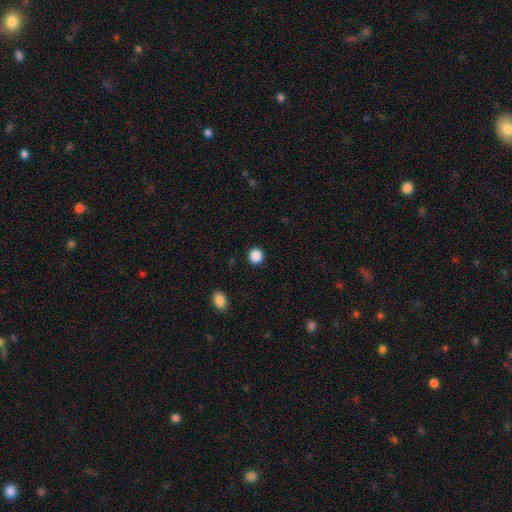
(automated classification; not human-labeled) This appears to be a smooth galaxy with no disk features (88%) that is round (87%). Merging: none (91%).